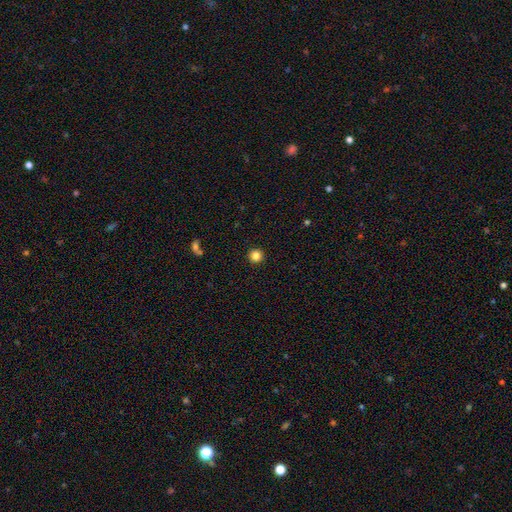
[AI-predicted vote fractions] A smooth galaxy with no disk features (84%) that is round (96%). Merging: none (93%).